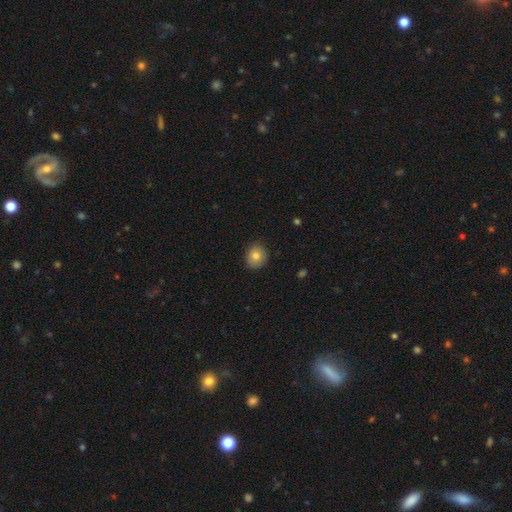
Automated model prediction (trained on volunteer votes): Smooth or featured? Predicted: smooth (p=0.78). How rounded? Predicted: round (p=0.75). Merging? Predicted: none (p=0.87).